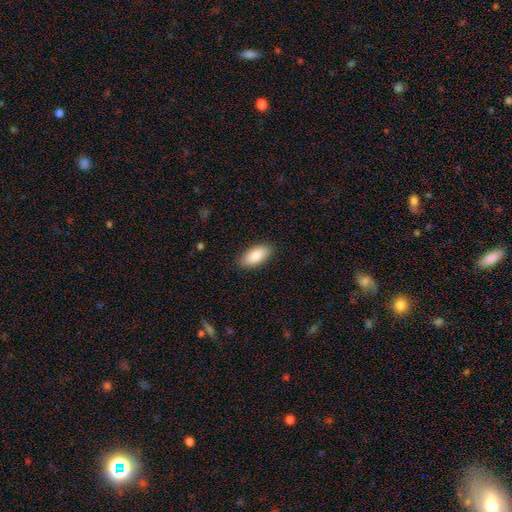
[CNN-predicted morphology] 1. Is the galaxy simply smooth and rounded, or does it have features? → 86% smooth, 8% featured or disk, 6% star or artifact.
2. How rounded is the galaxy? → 91% in between, 7% cigar-shaped, 2% round.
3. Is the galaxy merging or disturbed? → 87% none, 10% minor disturbance, 2% major disturbance, 1% merger.